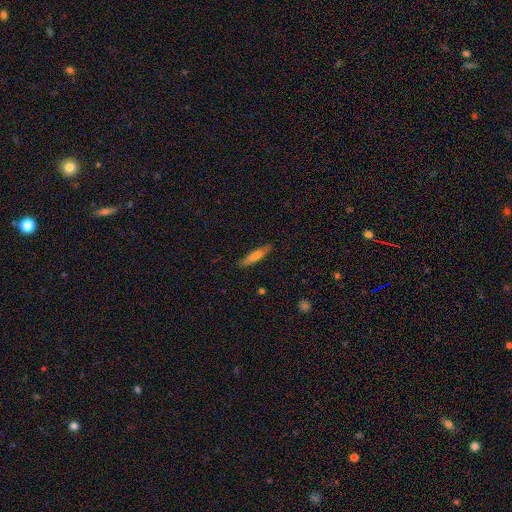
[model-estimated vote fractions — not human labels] The model was most divided on "smooth or featured": smooth: 62%, featured or disk: 31%, star or artifact: 6%. More confident: merging — none (85%); how rounded — cigar-shaped (83%).